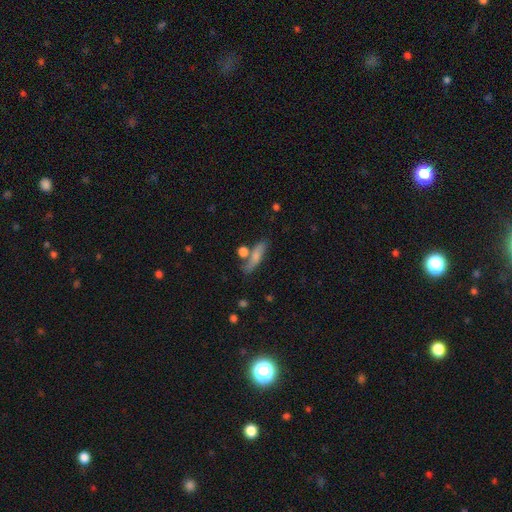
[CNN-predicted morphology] This appears to be a smooth galaxy with no disk features (69%) that is cigar-shaped (62%). Merging: none (60%).